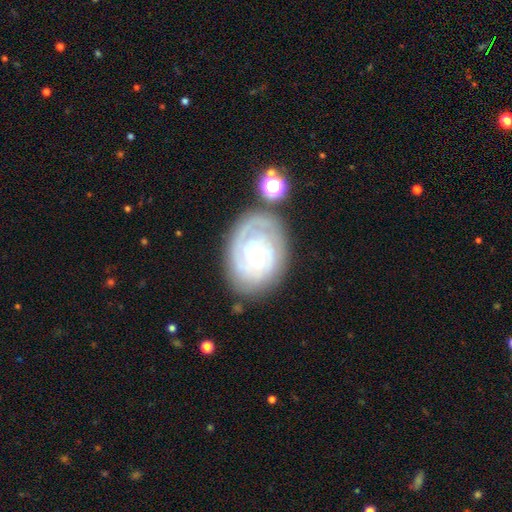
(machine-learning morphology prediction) Q: Smooth or featured?
A: featured or disk (82%); runner-up: smooth (12%)
Q: Edge-on disk?
A: no (97%); runner-up: yes (3%)
Q: Bar?
A: no (76%); runner-up: weak (20%)
Q: Spiral arms?
A: yes (93%); runner-up: no (7%)
Q: Spiral winding?
A: tight (77%); runner-up: medium (18%)
Q: Spiral arm count?
A: can't tell (35%); runner-up: 2 (25%)
Q: Bulge size?
A: small (77%); runner-up: moderate (18%)
Q: Merging?
A: none (67%); runner-up: minor disturbance (20%)